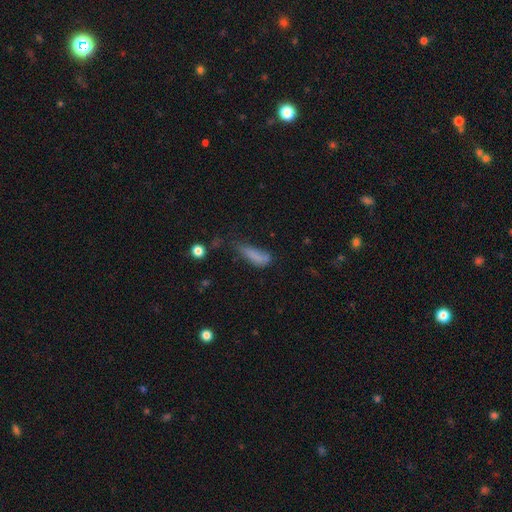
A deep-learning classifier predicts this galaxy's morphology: Q: Smooth or featured?
A: smooth (74%); runner-up: featured or disk (15%)
Q: How rounded?
A: in between (49%); tied with: cigar-shaped (49%)
Q: Merging?
A: minor disturbance (35%); runner-up: none (33%)